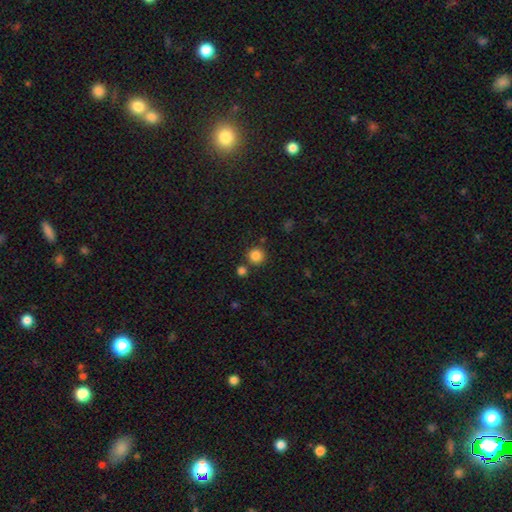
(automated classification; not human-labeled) A smooth galaxy with no disk features (84%) that is round (94%).

Vote fractions:
- Smooth or featured? smooth: 84% / star or artifact: 12% / featured or disk: 4%
- How rounded? round: 94% / in between: 5% / cigar-shaped: 1%
- Merging? none: 81% / merger: 10% / minor disturbance: 7% / major disturbance: 2%